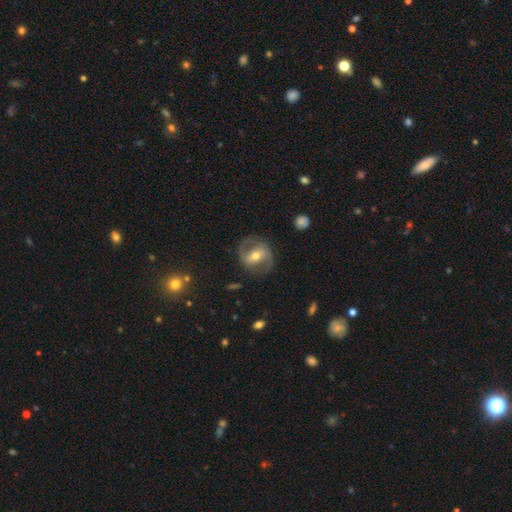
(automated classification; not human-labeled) Overall: featured or disk (77%). Edge-on disk: no (96%). Bar: strong (42%; weak 36%). Spiral arms: yes (83%). Spiral arm count: 2 (88%). Spiral winding: medium (51%; tight 26%). Bulge size: moderate (66%; small 28%). Merging: none (79%).